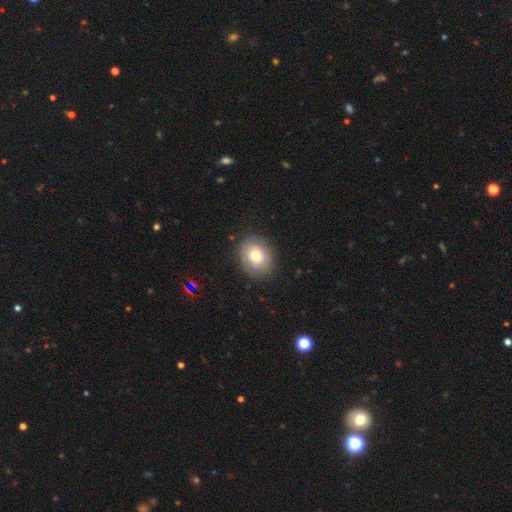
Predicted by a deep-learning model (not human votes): smooth_or_featured: smooth (p=0.61) [alt: featured or disk p=0.31]
how_rounded: round (p=0.60) [alt: in between p=0.39]
merging: none (p=0.82) [alt: minor disturbance p=0.13]